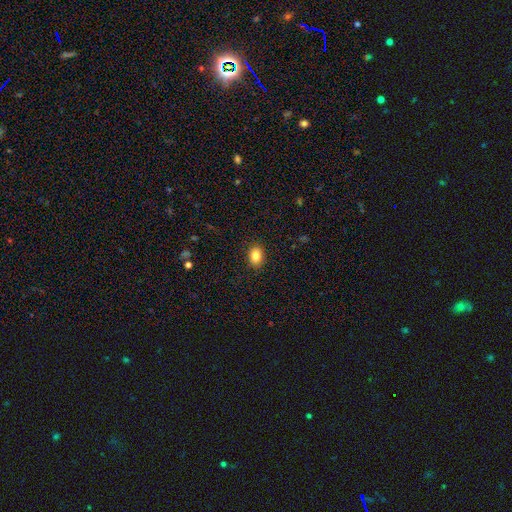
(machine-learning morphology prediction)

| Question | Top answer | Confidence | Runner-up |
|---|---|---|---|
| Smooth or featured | smooth | 85% | star or artifact (9%) |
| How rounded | in between | 74% | round (24%) |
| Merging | none | 89% | minor disturbance (8%) |